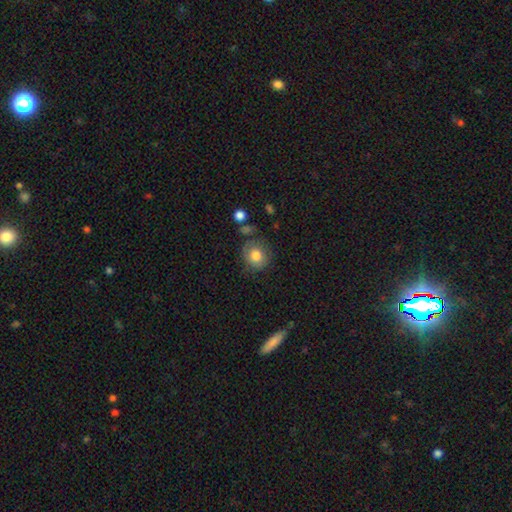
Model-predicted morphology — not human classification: Q: Smooth or featured?
A: smooth (78%); runner-up: featured or disk (13%)
Q: How rounded?
A: round (83%); runner-up: in between (16%)
Q: Merging?
A: none (69%); runner-up: minor disturbance (20%)